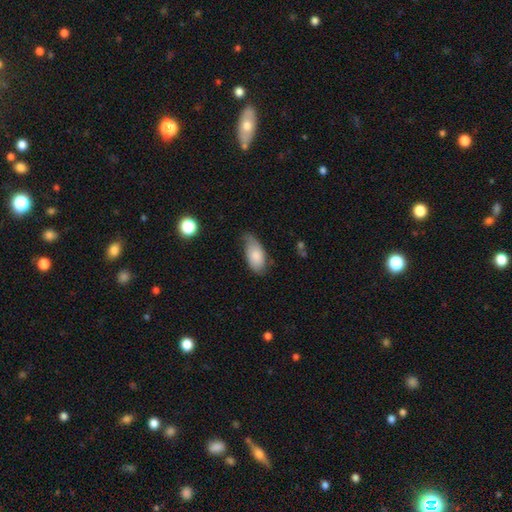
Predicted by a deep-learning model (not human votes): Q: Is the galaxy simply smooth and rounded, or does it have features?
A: smooth — 75%.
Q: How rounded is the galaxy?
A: in between — 93%.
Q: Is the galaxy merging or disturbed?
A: none — 43%.